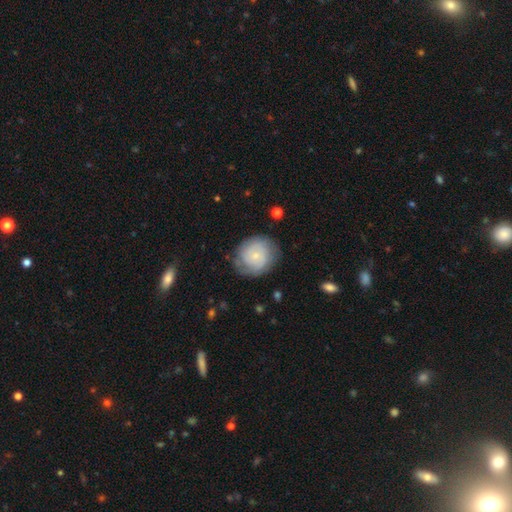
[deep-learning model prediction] Q: Smooth or featured?
A: featured or disk (50%); runner-up: smooth (42%)
Q: Edge-on disk?
A: no (98%); runner-up: yes (2%)
Q: Merging?
A: none (76%); runner-up: minor disturbance (17%)